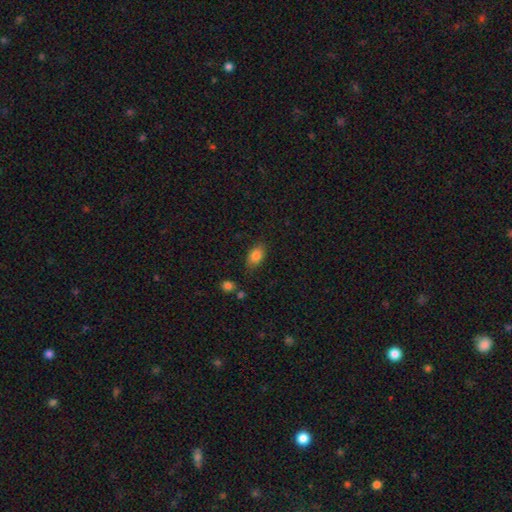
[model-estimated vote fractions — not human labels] A smooth galaxy with no disk features (83%) that is in between round and cigar-shaped (86%). Merging: none (78%).